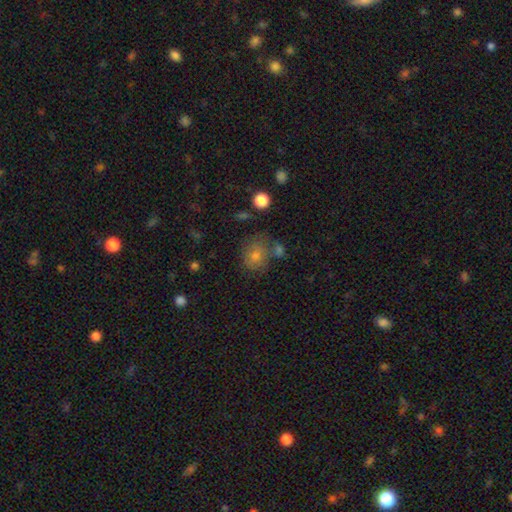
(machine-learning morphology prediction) Smooth or featured? smooth (71%)
How rounded? round (72%)
Merging? none (67%)